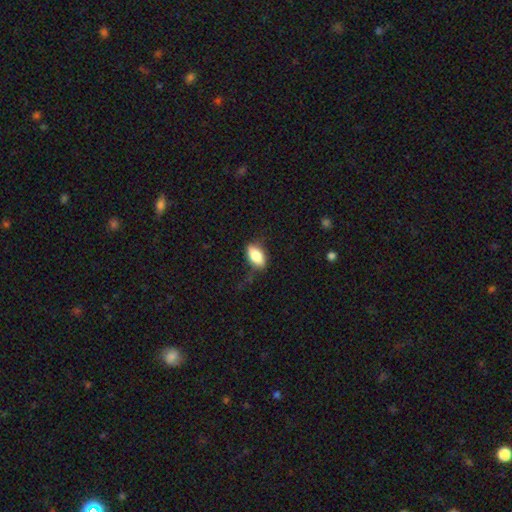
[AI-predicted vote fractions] Overall: smooth (82%). How rounded: in between (91%). Merging: none (71%).